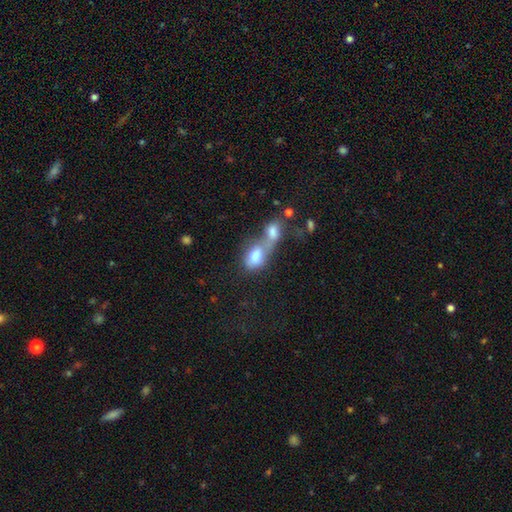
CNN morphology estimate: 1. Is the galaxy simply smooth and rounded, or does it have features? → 72% smooth, 18% featured or disk, 10% star or artifact.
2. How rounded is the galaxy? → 75% in between, 21% round, 4% cigar-shaped.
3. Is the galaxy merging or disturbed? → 76% merger, 12% none, 6% major disturbance, 5% minor disturbance.